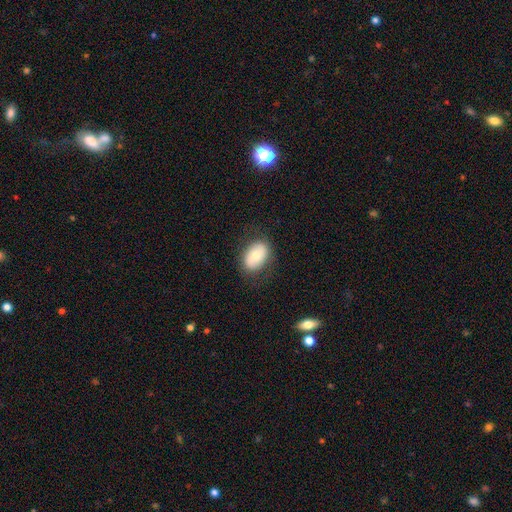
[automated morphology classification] A smooth galaxy with no disk features (73%) that is in between round and cigar-shaped (87%).

Vote fractions:
- Smooth or featured? smooth: 73% / featured or disk: 20% / star or artifact: 7%
- How rounded? in between: 87% / round: 12% / cigar-shaped: 1%
- Merging? none: 80% / minor disturbance: 15% / major disturbance: 5% / merger: 1%